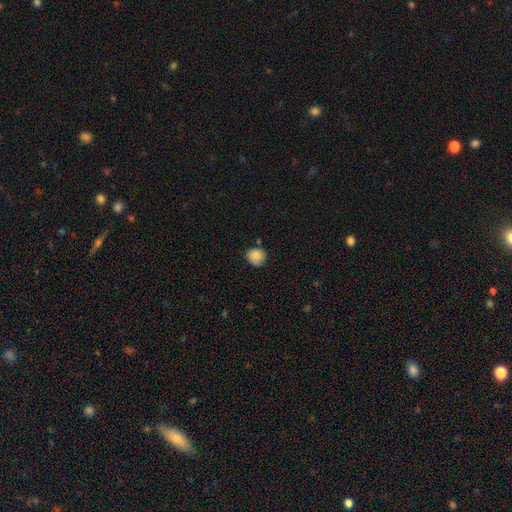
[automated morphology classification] smooth-or-featured: smooth: 83% | featured or disk: 9% | star or artifact: 8%
  how-rounded: round: 83% | in between: 16% | cigar-shaped: 1%
  merging: none: 71% | minor disturbance: 22% | major disturbance: 4% | merger: 3%